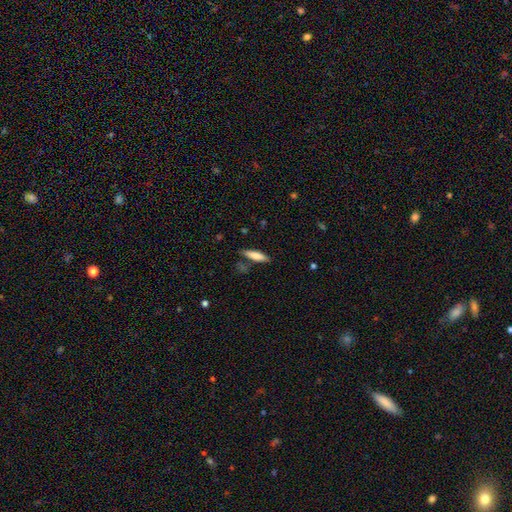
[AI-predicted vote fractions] This appears to be a smooth galaxy with no disk features (72%) that is cigar-shaped (66%). Merging: none (78%).